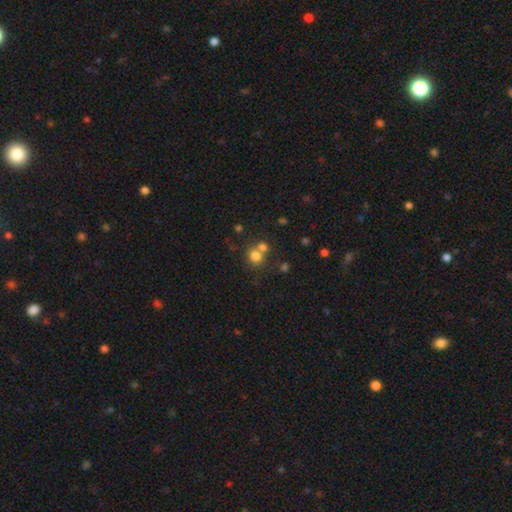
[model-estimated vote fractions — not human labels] Morphology: type=smooth (76%); roundness=round (80%); merging=none (50%).